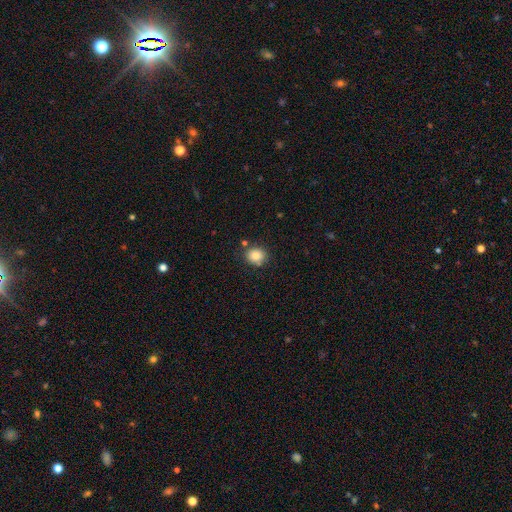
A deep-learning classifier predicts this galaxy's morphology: Q: Smooth or featured?
A: smooth (86%); runner-up: star or artifact (10%)
Q: How rounded?
A: round (75%); runner-up: in between (24%)
Q: Merging?
A: none (80%); runner-up: minor disturbance (12%)